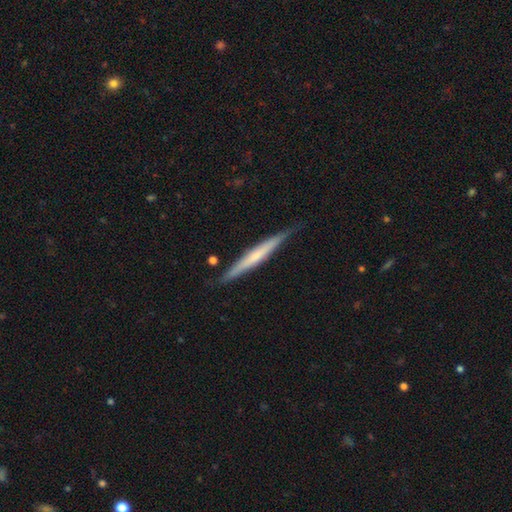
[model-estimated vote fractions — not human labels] The model was most divided on "smooth or featured": featured or disk: 55%, smooth: 40%, star or artifact: 5%. More confident: edge-on disk — yes (97%); merging — none (84%); edge-on bulge — none (56%).